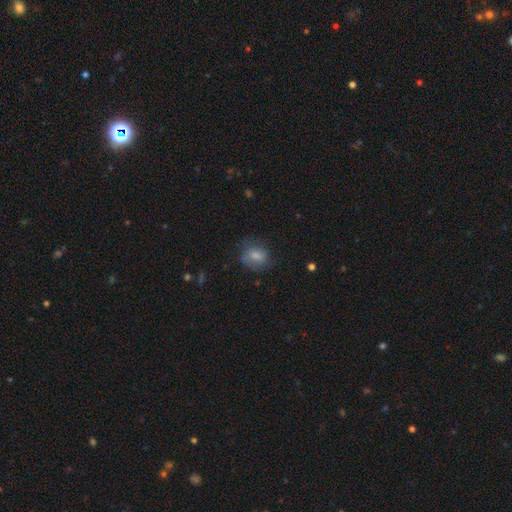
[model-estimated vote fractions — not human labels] Overall: smooth (71%). How rounded: in between (56%; round 42%). Merging: none (62%; minor disturbance 25%).